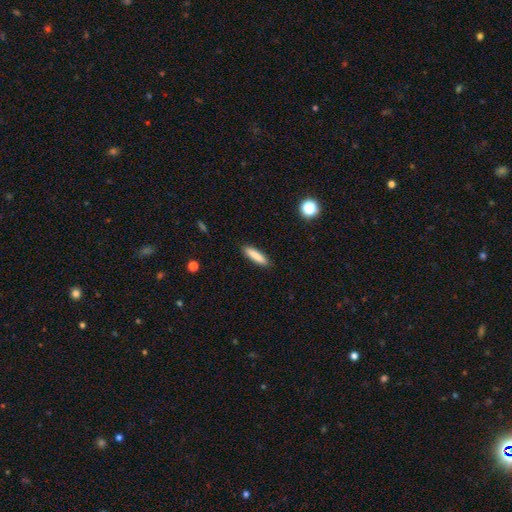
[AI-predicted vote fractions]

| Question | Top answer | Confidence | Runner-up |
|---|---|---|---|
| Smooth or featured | smooth | 86% | featured or disk (8%) |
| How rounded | cigar-shaped | 78% | in between (21%) |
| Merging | none | 90% | minor disturbance (7%) |